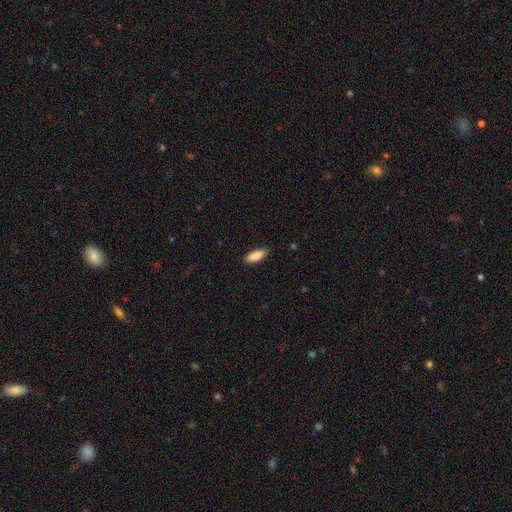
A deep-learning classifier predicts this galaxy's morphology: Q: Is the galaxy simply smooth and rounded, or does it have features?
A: smooth — 89%.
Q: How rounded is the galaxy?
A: in between — 76%.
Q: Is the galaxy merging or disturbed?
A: none — 84%.